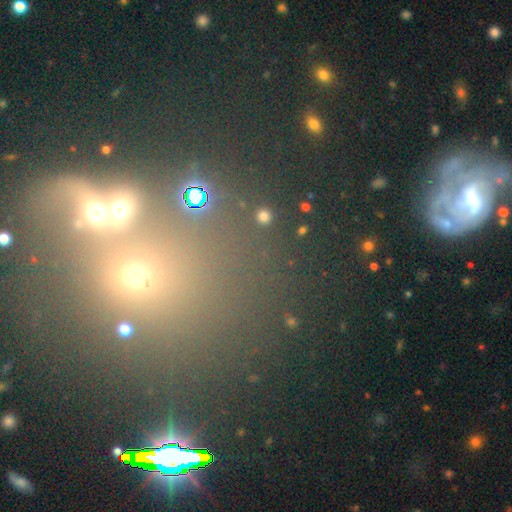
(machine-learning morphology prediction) smooth 43%, star or artifact 36%, featured or disk 21%. Down the decision tree: merging — none (52%).